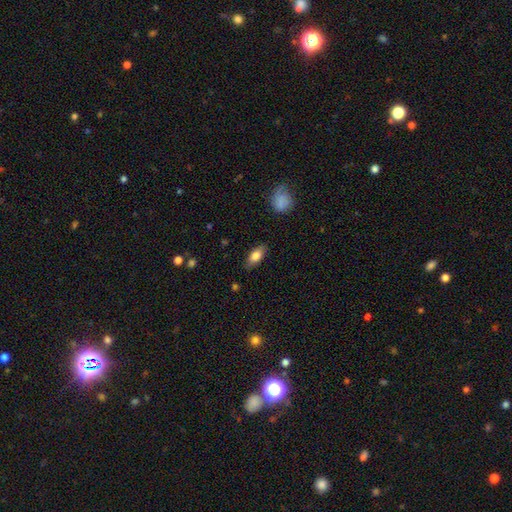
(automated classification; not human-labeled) smooth 80%, featured or disk 13%, star or artifact 7%. Down the decision tree: how rounded — in between (84%); merging — none (84%).